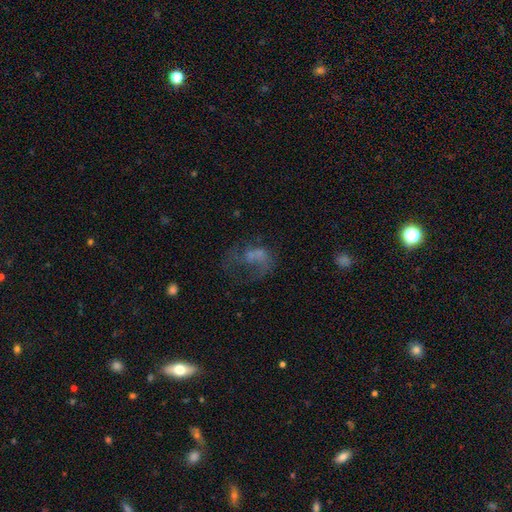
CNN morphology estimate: Smooth or featured: featured or disk — 46% (smooth — 37%)
Merging: major disturbance — 47% (none — 27%)